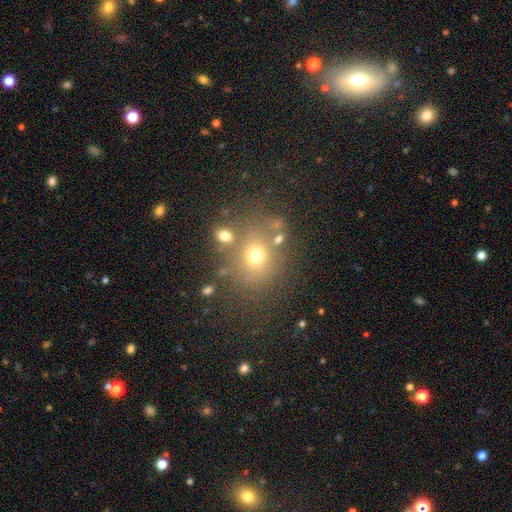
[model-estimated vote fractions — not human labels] smooth 66%, star or artifact 20%, featured or disk 14%. Down the decision tree: how rounded — round (71%); merging — none (67%).